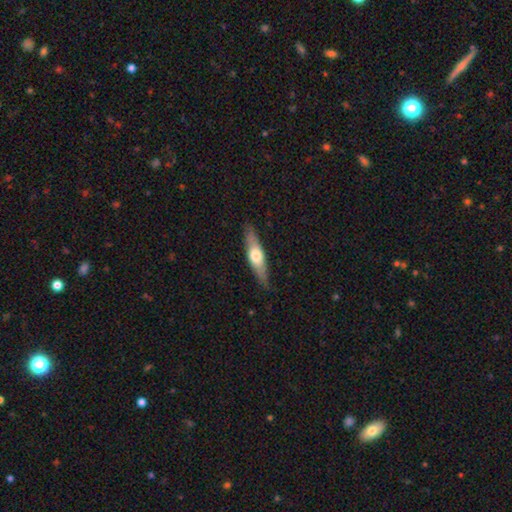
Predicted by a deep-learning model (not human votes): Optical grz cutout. It shows a smooth galaxy with no disk features (49%). Merging: none (84%).